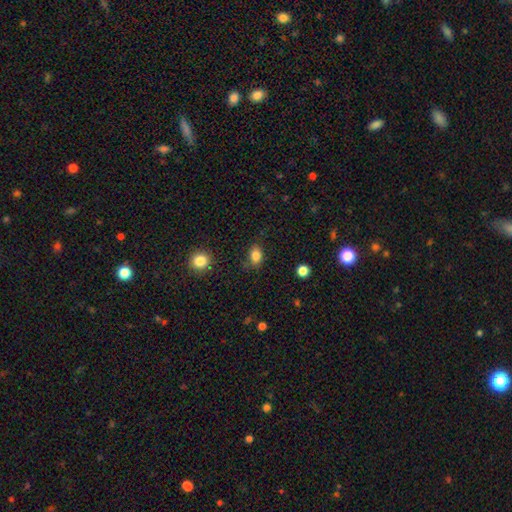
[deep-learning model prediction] A smooth galaxy with no disk features (84%) that is in between round and cigar-shaped (71%). Merging: none (78%).